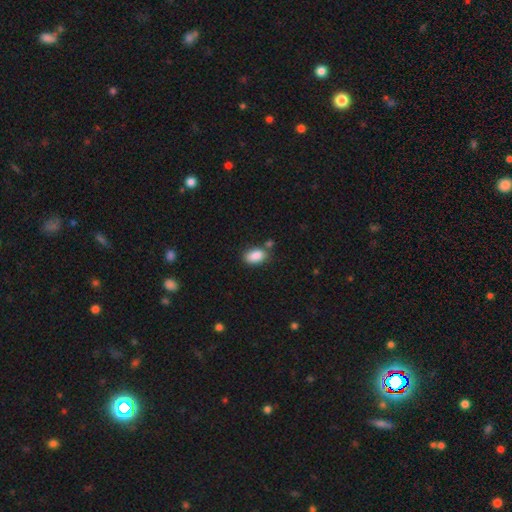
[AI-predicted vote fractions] smooth_or_featured: smooth (p=0.88) [alt: star or artifact p=0.08]
how_rounded: in between (p=0.91) [alt: round p=0.07]
merging: none (p=0.67) [alt: minor disturbance p=0.16]